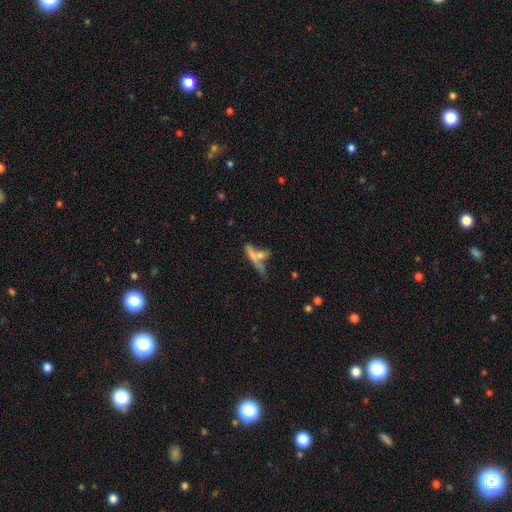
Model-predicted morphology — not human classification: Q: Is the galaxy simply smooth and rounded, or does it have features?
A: smooth — 57%.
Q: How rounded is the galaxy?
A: cigar-shaped — 74%.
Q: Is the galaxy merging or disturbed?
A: merger — 45%.